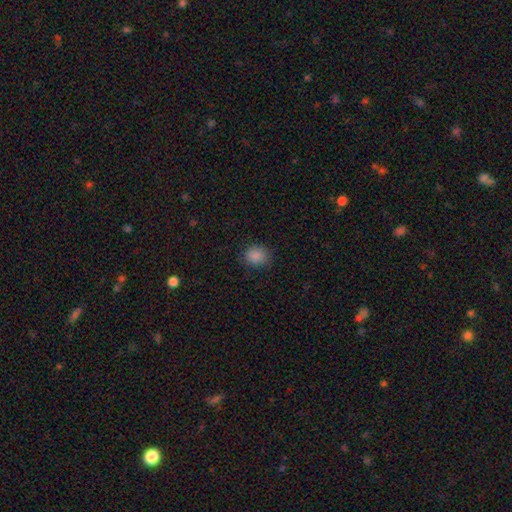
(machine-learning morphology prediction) smooth_or_featured: smooth (p=0.86) [alt: star or artifact p=0.11]
how_rounded: round (p=0.73) [alt: in between p=0.26]
merging: none (p=0.83) [alt: minor disturbance p=0.13]